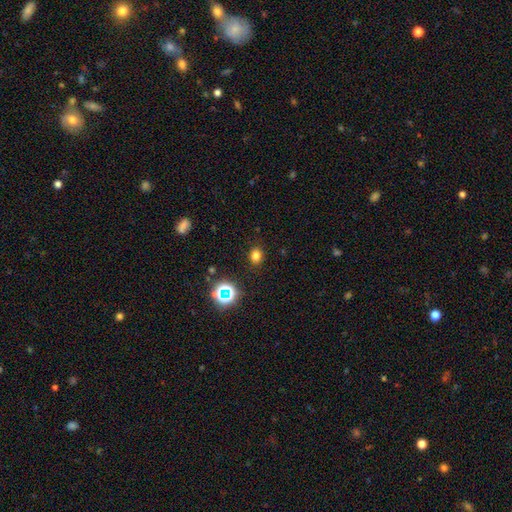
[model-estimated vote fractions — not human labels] Overall: smooth (74%). How rounded: round (55%; in between 44%). Merging: none (87%).